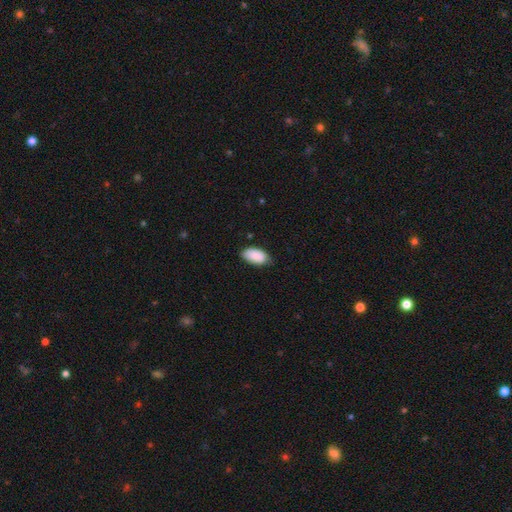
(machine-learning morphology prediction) Overall: smooth (90%). How rounded: in between (95%). Merging: none (71%).